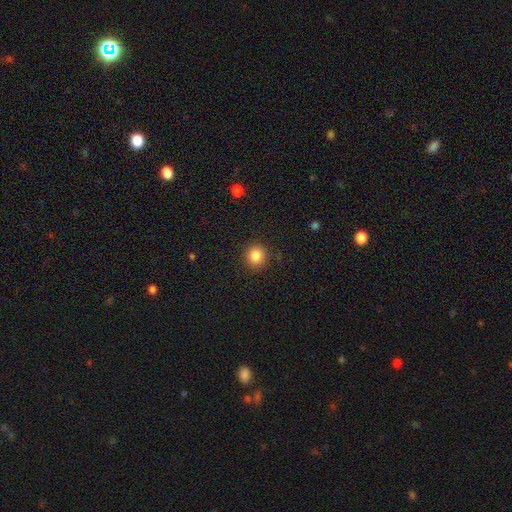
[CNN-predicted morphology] smooth_or_featured: smooth (p=0.85) [alt: star or artifact p=0.10]
how_rounded: round (p=0.91) [alt: in between p=0.08]
merging: none (p=0.89) [alt: minor disturbance p=0.07]